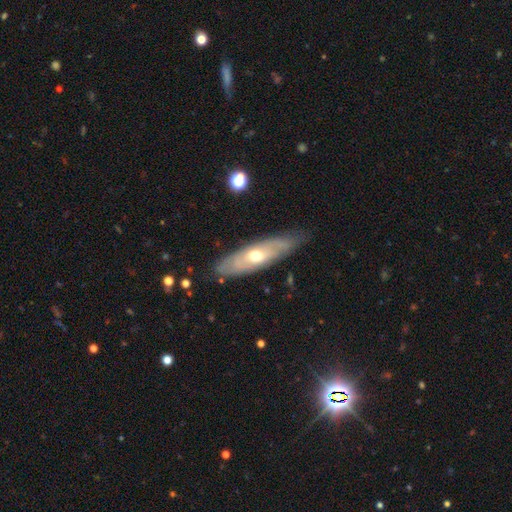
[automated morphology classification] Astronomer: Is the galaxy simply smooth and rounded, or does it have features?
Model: featured or disk — 61%.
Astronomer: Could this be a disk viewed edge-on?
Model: no — 66%.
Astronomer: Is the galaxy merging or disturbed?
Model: none — 77%.